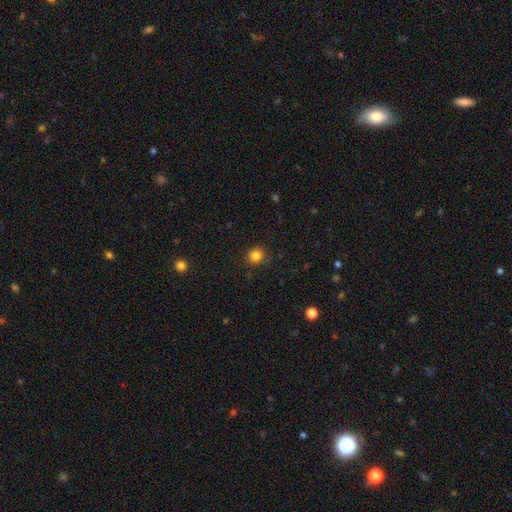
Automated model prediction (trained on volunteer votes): Smooth or featured: smooth — 83% (star or artifact — 12%)
How rounded: round — 89% (in between — 10%)
Merging: none — 84% (minor disturbance — 12%)